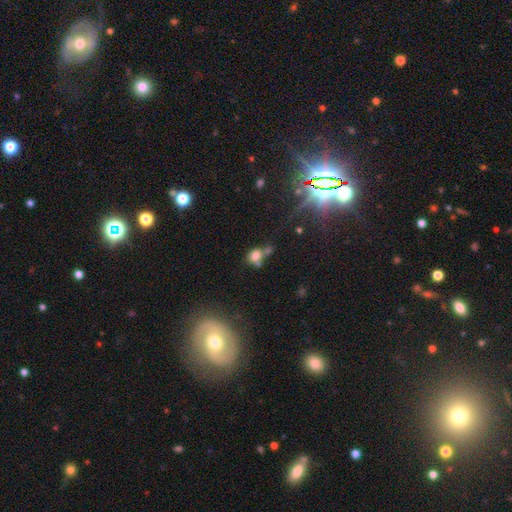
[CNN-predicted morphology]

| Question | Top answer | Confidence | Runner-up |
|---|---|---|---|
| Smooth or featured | smooth | 70% | star or artifact (17%) |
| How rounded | round | 49% | tied: in between (49%) |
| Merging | none | 38% | merger (37%) |